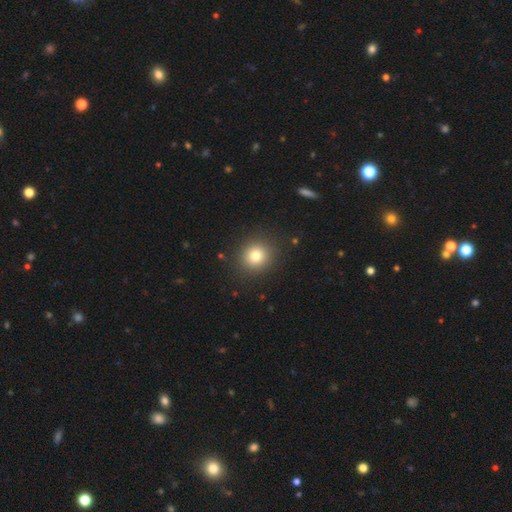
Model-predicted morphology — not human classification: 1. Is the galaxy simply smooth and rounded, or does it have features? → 79% smooth, 13% star or artifact, 8% featured or disk.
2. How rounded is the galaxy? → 91% round, 8% in between, 1% cigar-shaped.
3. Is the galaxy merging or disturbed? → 90% none, 6% minor disturbance, 3% major disturbance, 1% merger.